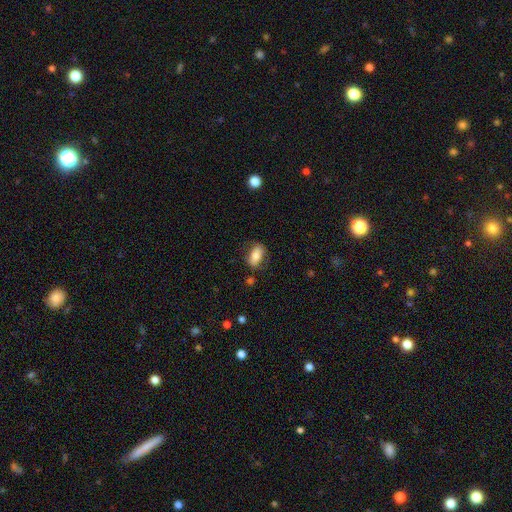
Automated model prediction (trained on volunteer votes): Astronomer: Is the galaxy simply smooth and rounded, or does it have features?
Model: smooth — 74%.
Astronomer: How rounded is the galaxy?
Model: in between — 85%.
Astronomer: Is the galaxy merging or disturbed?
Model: none — 76%.